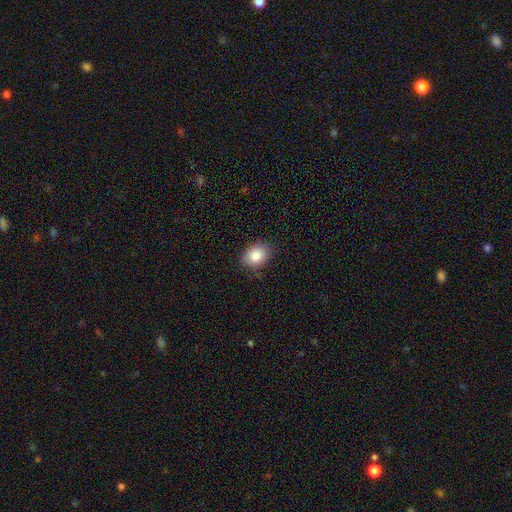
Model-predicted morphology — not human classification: Smooth or featured? Predicted: smooth (p=0.84). How rounded? Predicted: in between (p=0.71). Merging? Predicted: none (p=0.82).